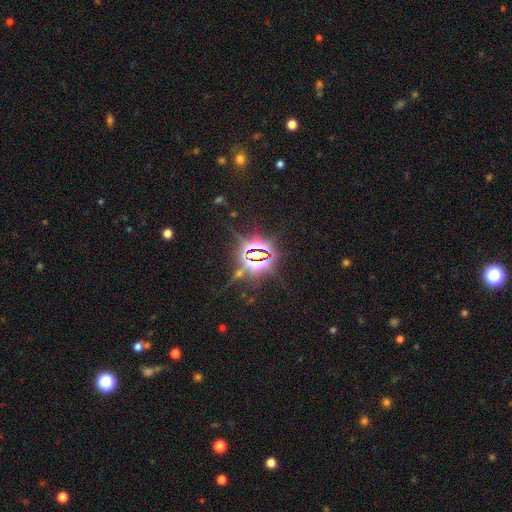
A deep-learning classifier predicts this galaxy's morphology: Smooth or featured? Predicted: star or artifact (p=0.84).